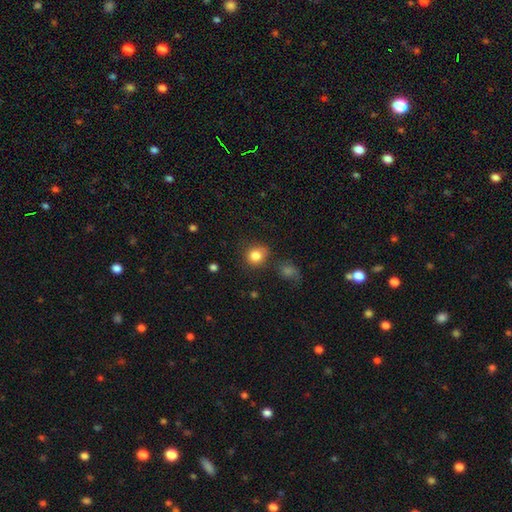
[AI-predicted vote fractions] This appears to be a smooth galaxy with no disk features (84%) that is round (82%). Merging: none (72%).